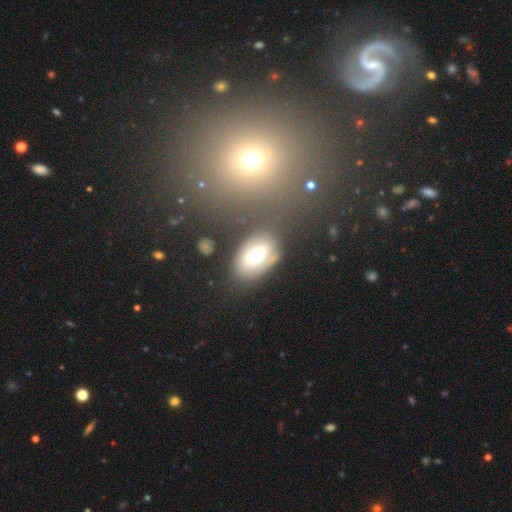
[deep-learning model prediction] A smooth galaxy with no disk features (63%) that is in between round and cigar-shaped (83%).

Vote fractions:
- Smooth or featured? smooth: 63% / featured or disk: 26% / star or artifact: 12%
- How rounded? in between: 83% / round: 15% / cigar-shaped: 2%
- Merging? none: 68% / minor disturbance: 17% / major disturbance: 9% / merger: 7%